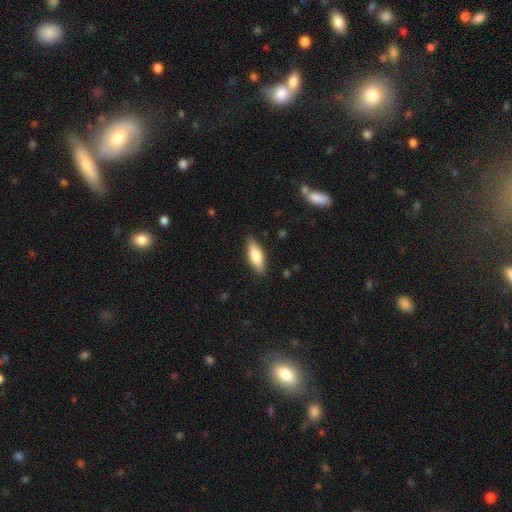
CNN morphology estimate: This is likely a smooth galaxy (67%). How rounded: possibly in between (56%). Merging: clearly none (88%).